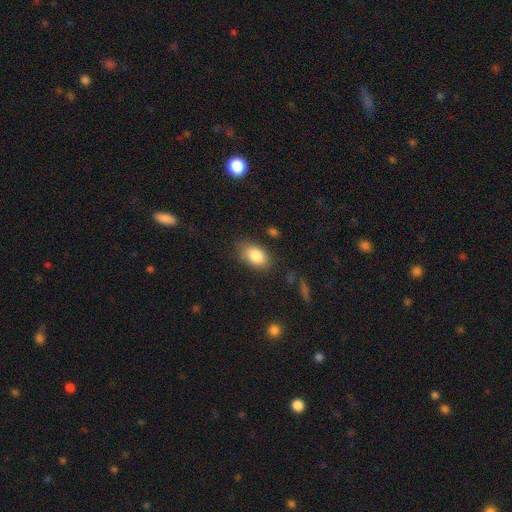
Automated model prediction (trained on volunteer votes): This appears to be a smooth galaxy with no disk features (85%) that is in between round and cigar-shaped (90%). Merging: none (80%).